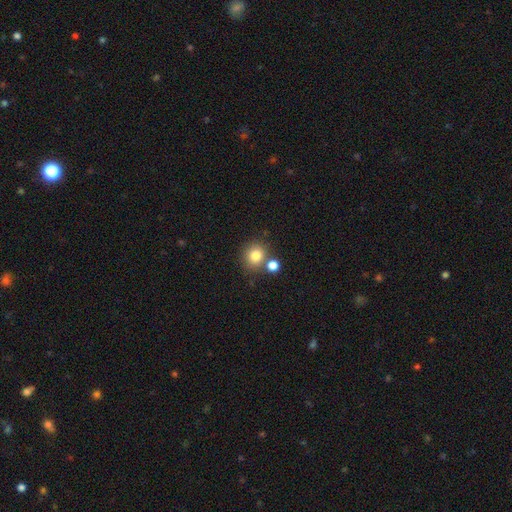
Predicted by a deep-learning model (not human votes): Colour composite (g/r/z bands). It shows a smooth galaxy with no disk features (80%) that is round (84%). Merging: none (68%).